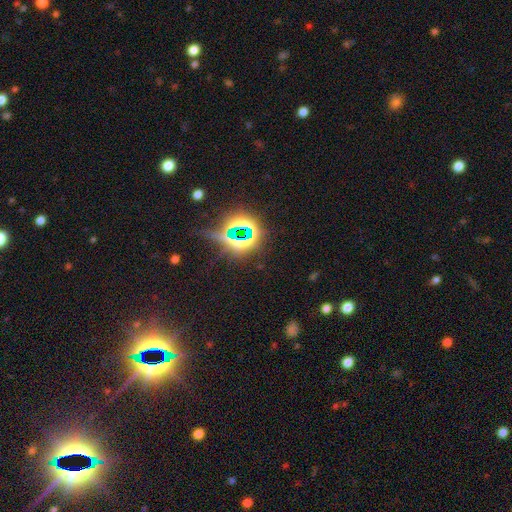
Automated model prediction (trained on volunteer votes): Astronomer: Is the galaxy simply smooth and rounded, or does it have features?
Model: star or artifact — 76%.